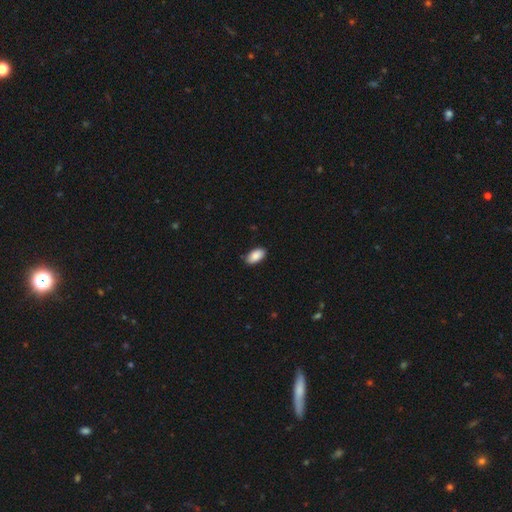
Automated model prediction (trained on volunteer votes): The model was most divided on "merging": none: 86%, minor disturbance: 11%, major disturbance: 2%, merger: 1%. More confident: how rounded — in between (95%); smooth or featured — smooth (88%).